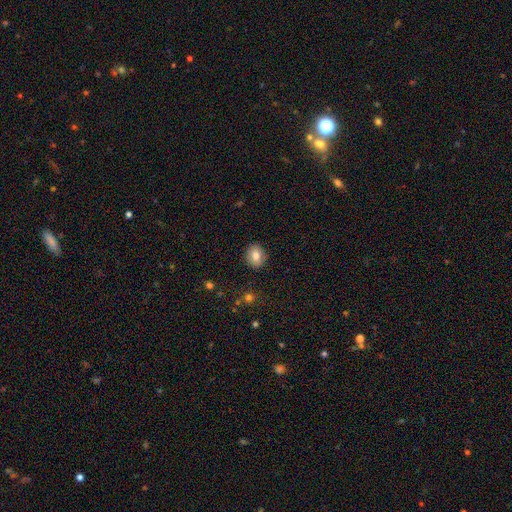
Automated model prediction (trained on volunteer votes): smooth-or-featured: smooth: 80% | featured or disk: 11% | star or artifact: 9%
  how-rounded: round: 69% | in between: 30% | cigar-shaped: 1%
  merging: none: 89% | minor disturbance: 8% | major disturbance: 2% | merger: 1%